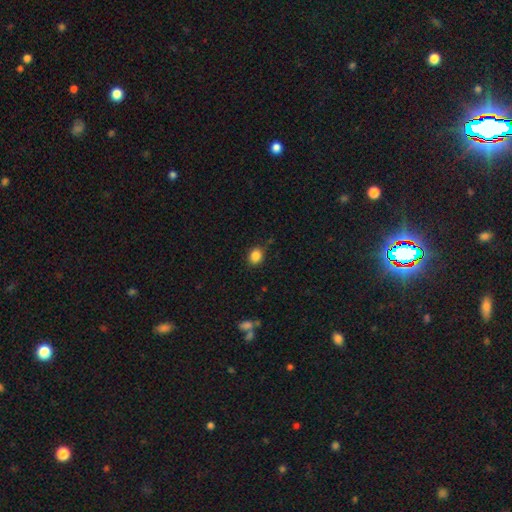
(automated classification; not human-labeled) Smooth or featured? smooth (86%)
How rounded? round (58%)
Merging? none (83%)